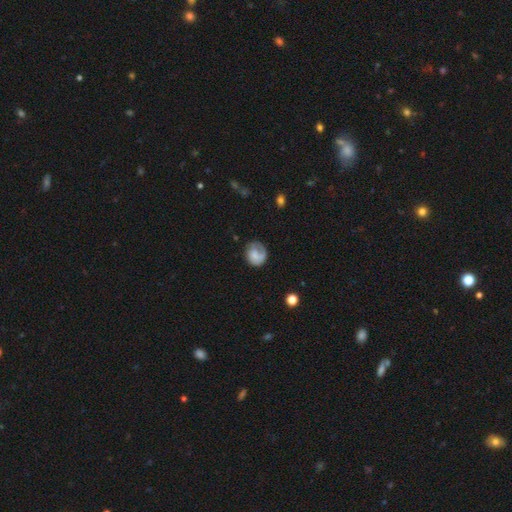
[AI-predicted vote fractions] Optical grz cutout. It shows a smooth galaxy with no disk features (50%) that is round (73%). Merging: none (56%).